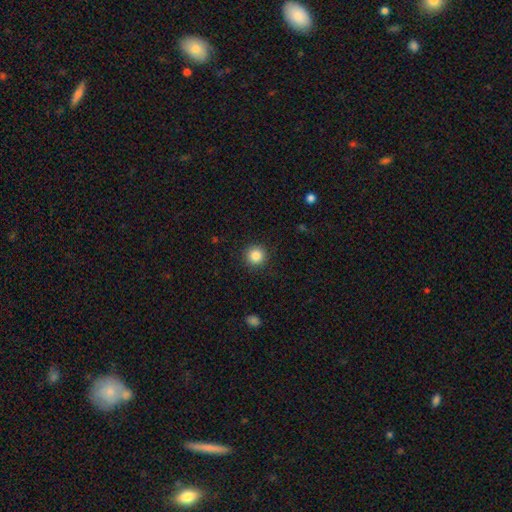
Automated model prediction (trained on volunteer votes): Smooth or featured?
  - smooth: 85% *
  - star or artifact: 10%
  - featured or disk: 5%
How rounded?
  - round: 95% *
  - in between: 4%
  - cigar-shaped: 1%
Merging?
  - none: 91% *
  - minor disturbance: 6%
  - major disturbance: 2%
  - merger: 1%